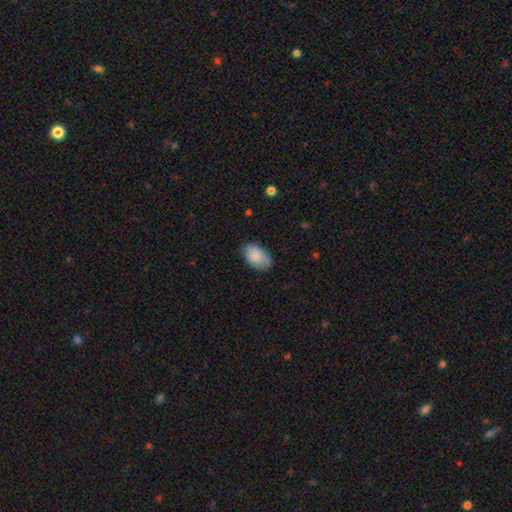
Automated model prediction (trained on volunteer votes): Smooth or featured?
  - smooth: 83% *
  - featured or disk: 10%
  - star or artifact: 7%
How rounded?
  - in between: 91% *
  - round: 8%
  - cigar-shaped: 1%
Merging?
  - none: 74% *
  - minor disturbance: 21%
  - major disturbance: 4%
  - merger: 1%